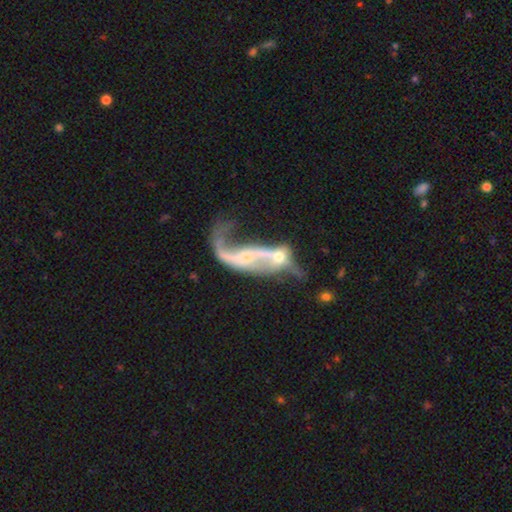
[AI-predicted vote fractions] Overall: featured or disk (78%). Edge-on disk: no (90%). Bar: no (53%; weak 30%). Spiral arms: yes (73%). Spiral arm count: 2 (57%; 1 32%). Spiral winding: loose (87%). Bulge size: small (49%; none 24%). Merging: merger (51%; major disturbance 24%).